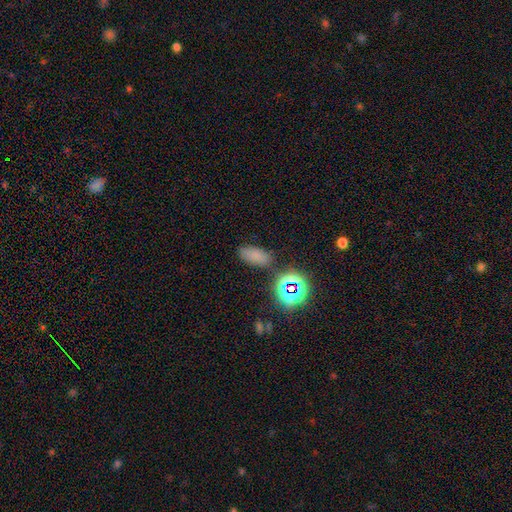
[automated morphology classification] smooth-or-featured: smooth: 69% | star or artifact: 23% | featured or disk: 8%
  how-rounded: in between: 88% | round: 7% | cigar-shaped: 6%
  merging: none: 80% | minor disturbance: 12% | merger: 5% | major disturbance: 4%